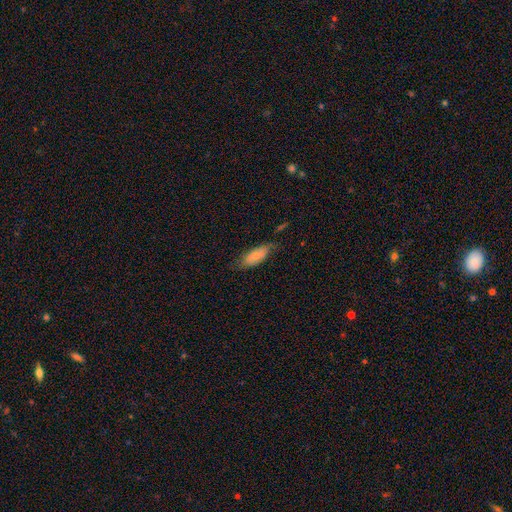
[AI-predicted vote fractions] Q: Smooth or featured?
A: smooth (77%); runner-up: featured or disk (17%)
Q: How rounded?
A: in between (75%); runner-up: cigar-shaped (22%)
Q: Merging?
A: none (55%); runner-up: minor disturbance (32%)